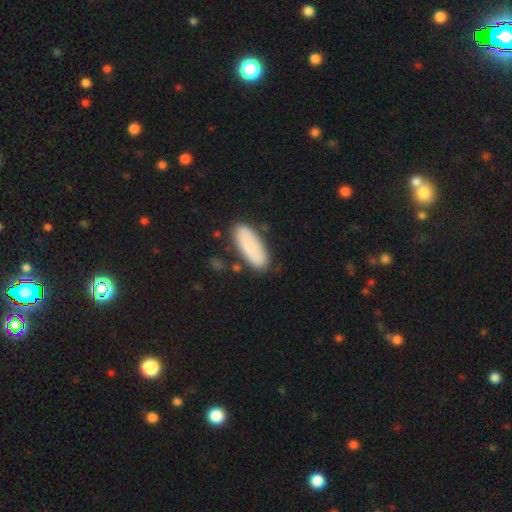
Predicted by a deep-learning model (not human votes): Smooth or featured: smooth — 79% (featured or disk — 15%)
How rounded: in between — 76% (cigar-shaped — 22%)
Merging: none — 75% (minor disturbance — 16%)